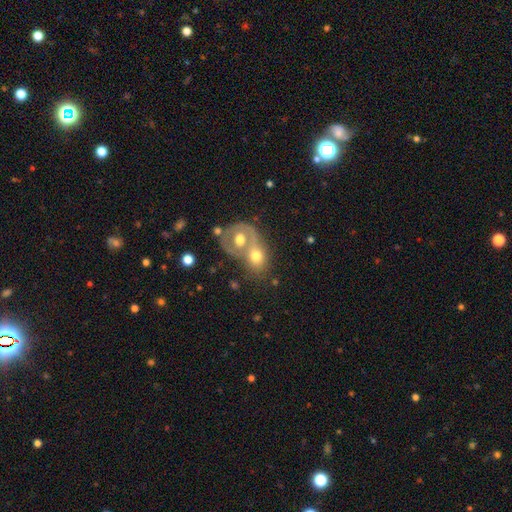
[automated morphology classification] This is possibly a smooth galaxy (53%). How rounded: possibly round (50%). Merging: likely merger (65%).